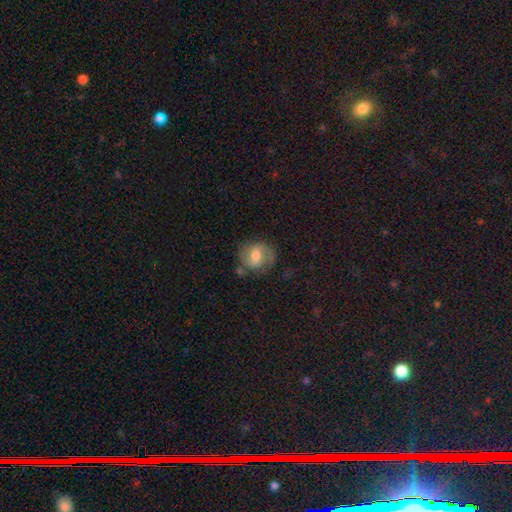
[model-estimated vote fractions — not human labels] smooth-or-featured: featured or disk: 52% | smooth: 40% | star or artifact: 8%
  disk-edge-on: no: 97% | yes: 3%
    bar: weak: 48% | no: 34% | strong: 18%
    has-spiral-arms: yes: 83% | no: 17%
    bulge-size: moderate: 62% | small: 25% | large: 10% | none: 3% | dominant: 1%
  merging: none: 64% | minor disturbance: 21% | major disturbance: 10% | merger: 5%